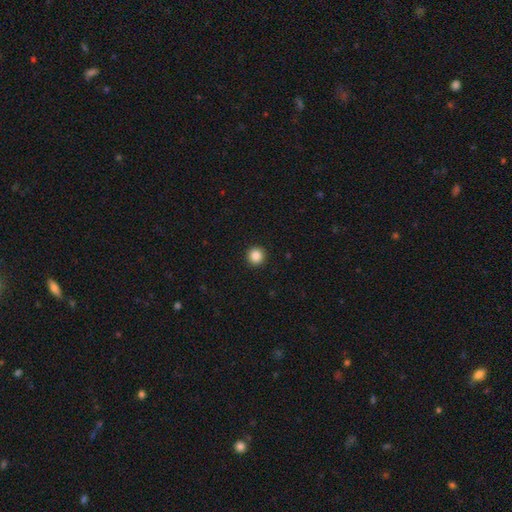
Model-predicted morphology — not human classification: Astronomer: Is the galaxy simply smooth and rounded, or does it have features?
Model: smooth — 87%.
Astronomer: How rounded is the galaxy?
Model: round — 96%.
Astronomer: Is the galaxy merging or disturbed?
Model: none — 93%.